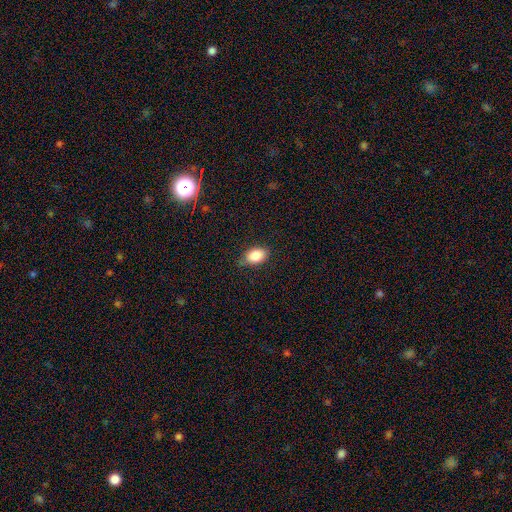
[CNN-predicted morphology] Smooth or featured?
  - smooth: 85% *
  - star or artifact: 8%
  - featured or disk: 7%
How rounded?
  - in between: 87% *
  - round: 12%
  - cigar-shaped: 2%
Merging?
  - none: 80% *
  - minor disturbance: 16%
  - major disturbance: 3%
  - merger: 1%